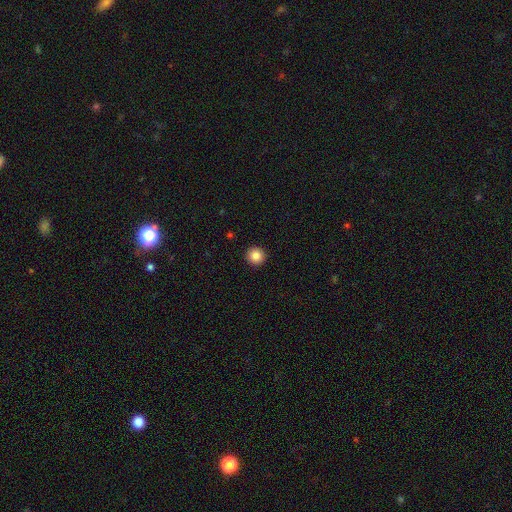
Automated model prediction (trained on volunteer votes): This is clearly a smooth galaxy (85%). How rounded: clearly round (95%). Merging: clearly none (94%).